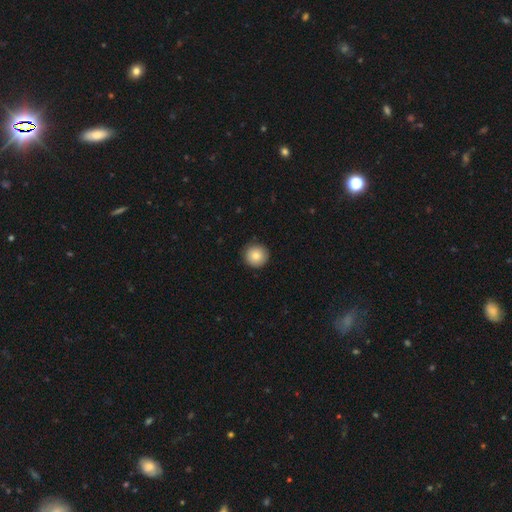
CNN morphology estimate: This is clearly a smooth galaxy (82%). How rounded: clearly round (96%). Merging: clearly none (90%).